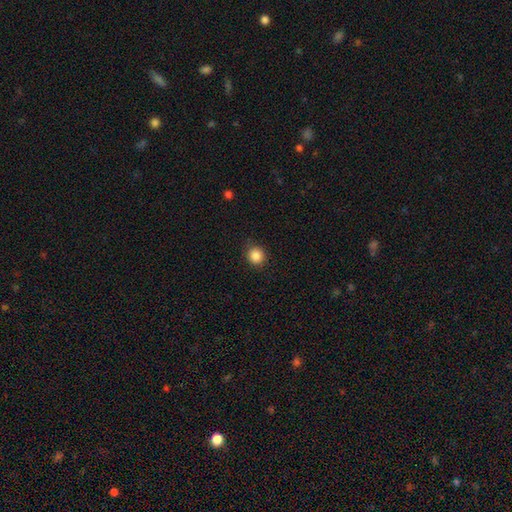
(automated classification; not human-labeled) Smooth or featured? Predicted: smooth (p=0.86). How rounded? Predicted: round (p=0.90). Merging? Predicted: none (p=0.87).